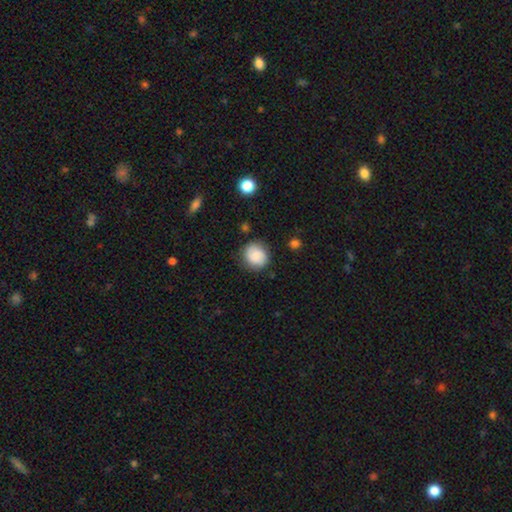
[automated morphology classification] type=smooth (81%); roundness=round (83%); merging=none (79%).